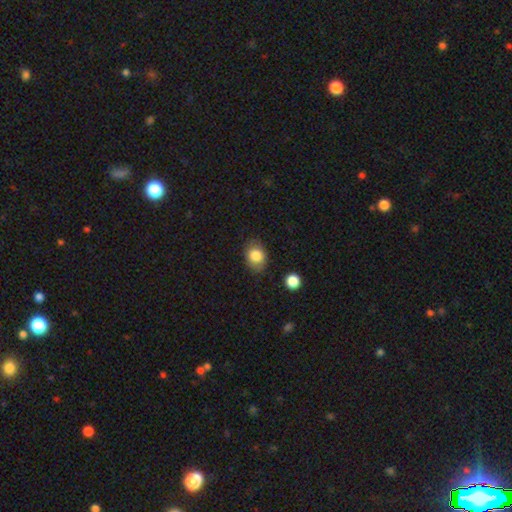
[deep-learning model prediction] Morphology: type=smooth (83%); roundness=in between (66%); merging=none (80%).